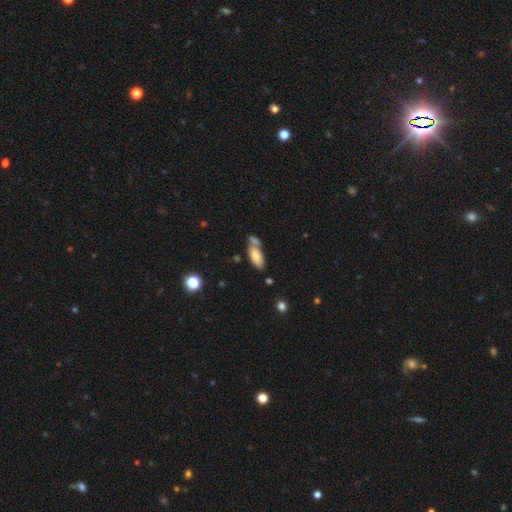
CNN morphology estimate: The model was most divided on "merging": none: 50%, merger: 30%, minor disturbance: 15%, major disturbance: 5%. More confident: how rounded — in between (85%); smooth or featured — smooth (79%).